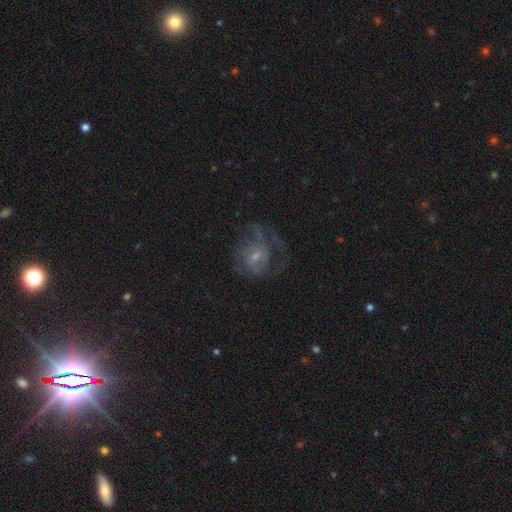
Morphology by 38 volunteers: Overall: featured or disk (71%). Edge-on disk: no (100%). Bar: weak (52%; no 48%). Spiral arms: yes (52%; no 48%). Spiral arm count: can't tell (50%; 3 21%). Spiral winding: loose (43%; medium 36%). Bulge size: small (74%). Merging: major disturbance (49%; none 43%).